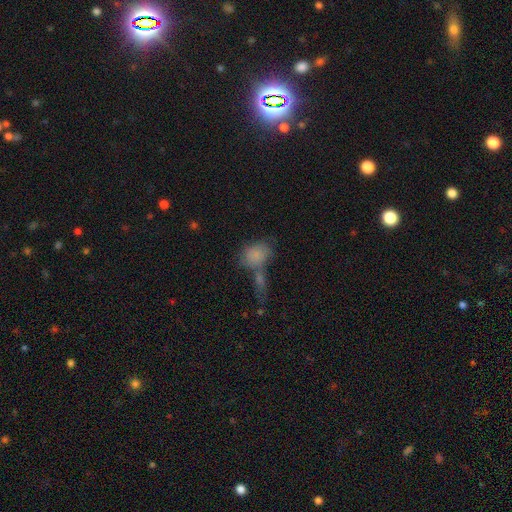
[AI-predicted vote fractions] Q: Smooth or featured?
A: smooth (79%); runner-up: featured or disk (12%)
Q: How rounded?
A: in between (67%); runner-up: round (31%)
Q: Merging?
A: merger (50%); runner-up: none (30%)